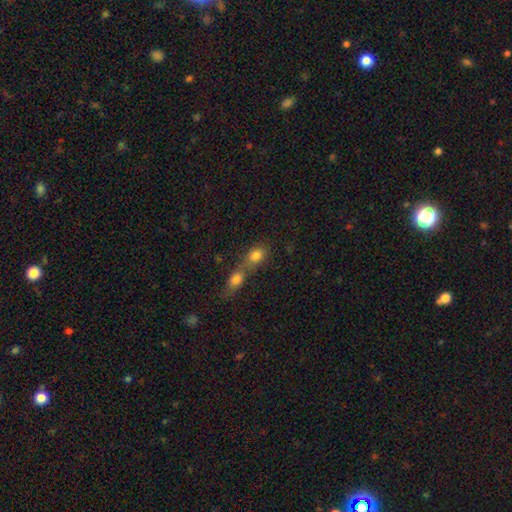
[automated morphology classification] The model was most divided on "how rounded": in between: 60%, round: 36%, cigar-shaped: 4%. More confident: smooth or featured — smooth (79%); merging — merger (63%).